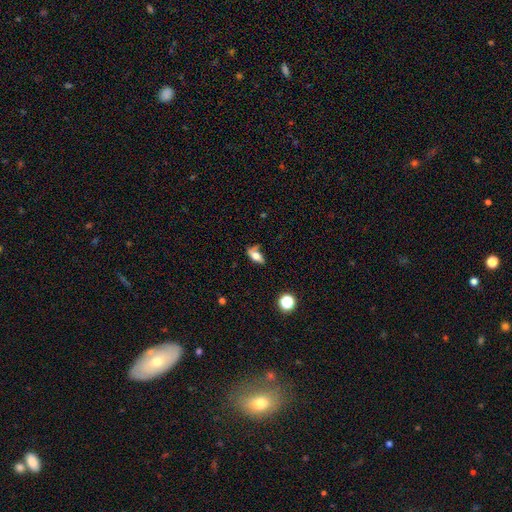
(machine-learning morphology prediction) This appears to be a smooth galaxy with no disk features (66%) that is in between round and cigar-shaped (82%). Merging: none (49%).